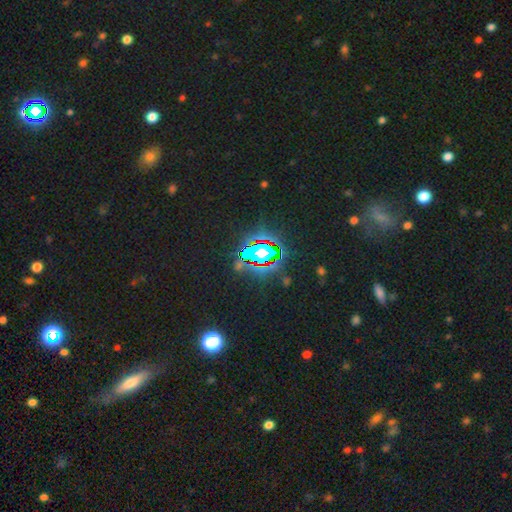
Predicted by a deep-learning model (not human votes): Smooth or featured? Predicted: star or artifact (p=0.82).